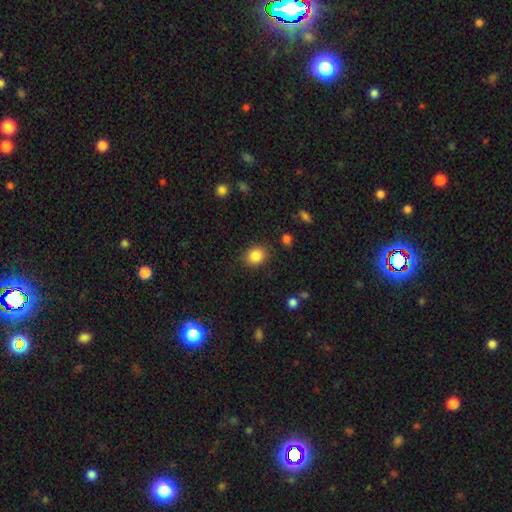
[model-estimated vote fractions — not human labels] Morphology: type=smooth (86%); roundness=round (57%); merging=none (86%).